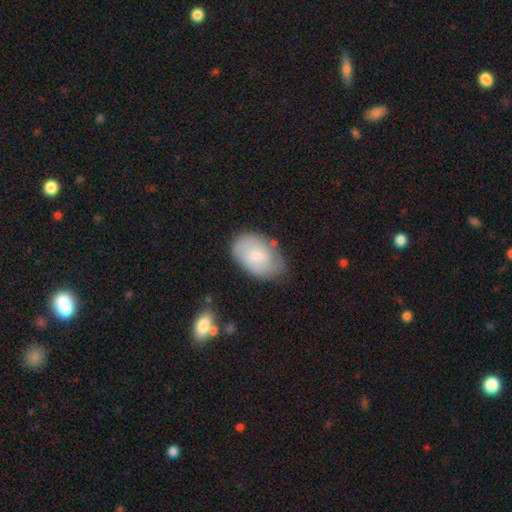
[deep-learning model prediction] smooth-or-featured: smooth: 55% | featured or disk: 38% | star or artifact: 7%
  how-rounded: in between: 88% | round: 11% | cigar-shaped: 1%
  merging: none: 68% | minor disturbance: 23% | major disturbance: 6% | merger: 3%